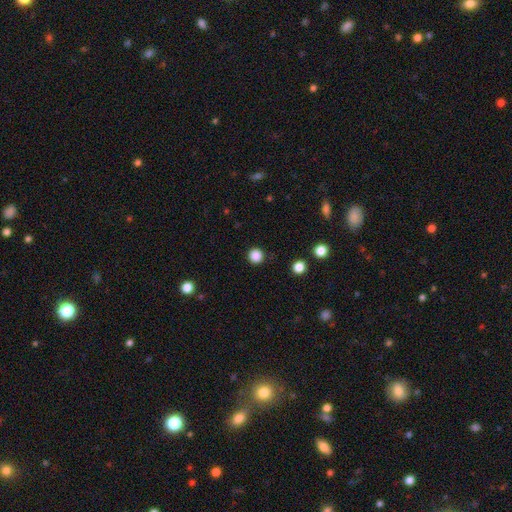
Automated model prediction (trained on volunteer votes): This is clearly a smooth galaxy (85%). How rounded: clearly round (95%). Merging: clearly none (91%).